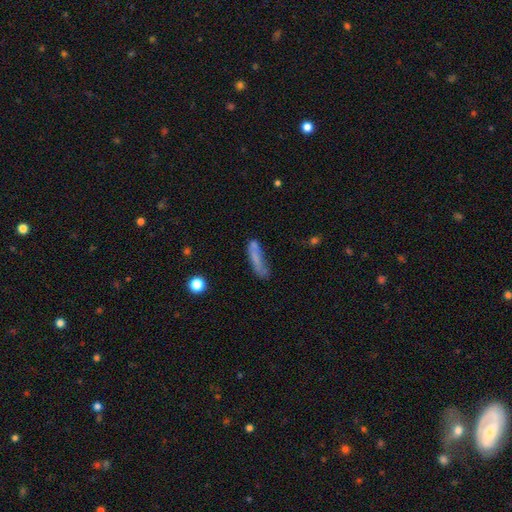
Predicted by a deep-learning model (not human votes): Smooth or featured? smooth (63%)
How rounded? cigar-shaped (79%)
Merging? none (46%)